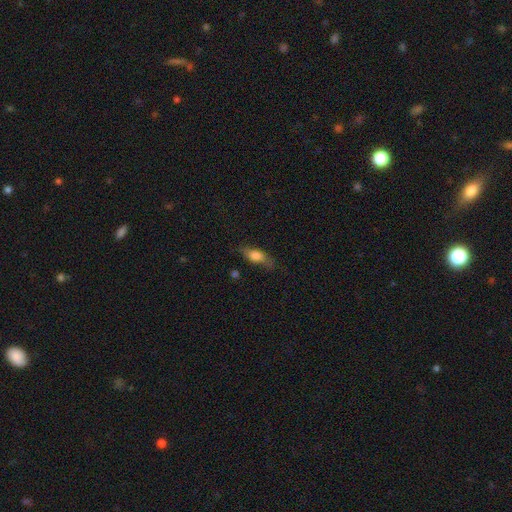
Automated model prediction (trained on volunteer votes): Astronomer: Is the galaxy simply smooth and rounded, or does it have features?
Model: smooth — 69%.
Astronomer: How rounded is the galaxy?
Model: in between — 68%.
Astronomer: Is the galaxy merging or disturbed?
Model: none — 68%.